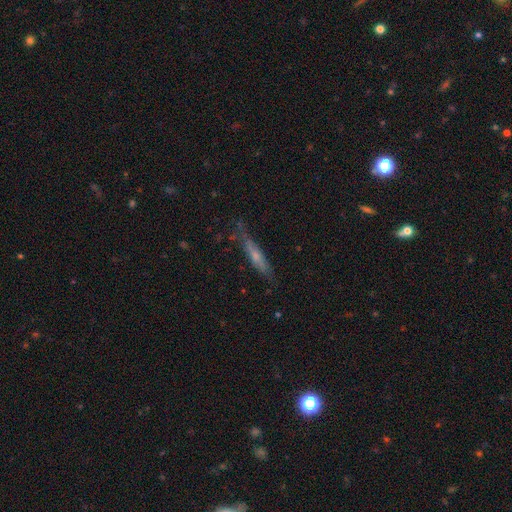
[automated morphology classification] type=smooth (47%); merging=none (66%).